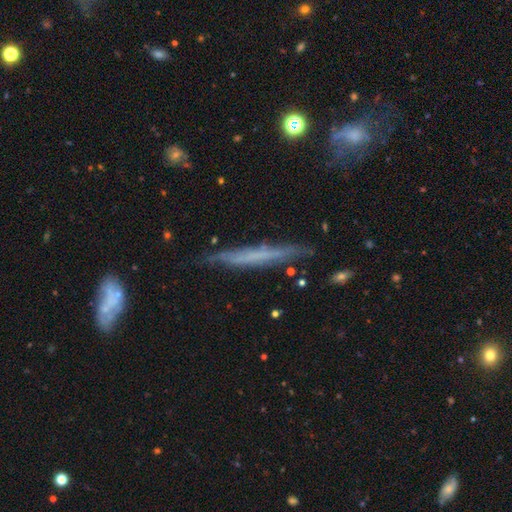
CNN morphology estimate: Smooth or featured?
  - featured or disk: 54% *
  - smooth: 38%
  - star or artifact: 8%
Edge-on disk?
  - yes: 92% *
  - no: 8%
Merging?
  - none: 76% *
  - minor disturbance: 17%
  - major disturbance: 4%
  - merger: 2%